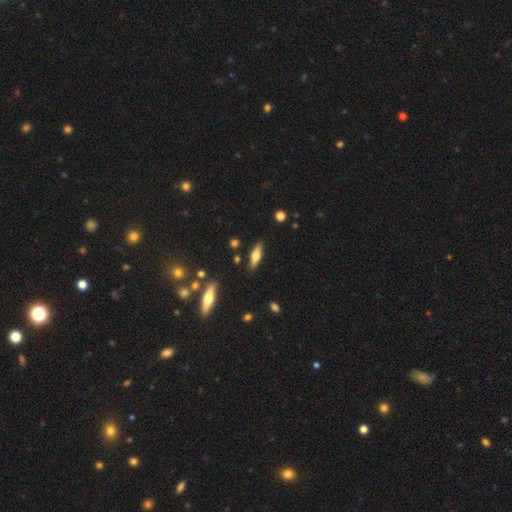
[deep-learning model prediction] Q: Smooth or featured?
A: smooth (50%); runner-up: featured or disk (43%)
Q: How rounded?
A: cigar-shaped (57%); runner-up: in between (41%)
Q: Merging?
A: none (84%); runner-up: minor disturbance (10%)